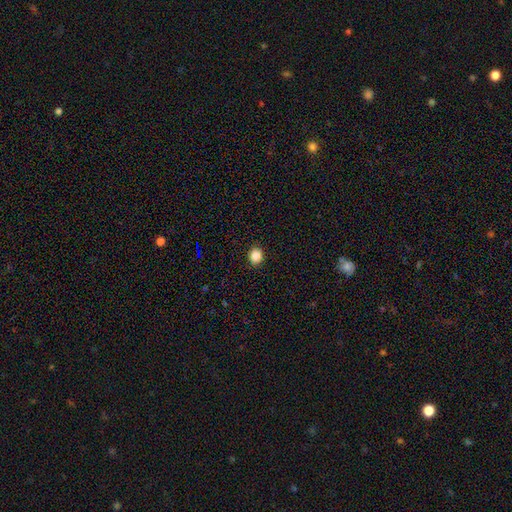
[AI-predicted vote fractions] Overall: smooth (87%). How rounded: round (65%; in between 34%). Merging: none (91%).